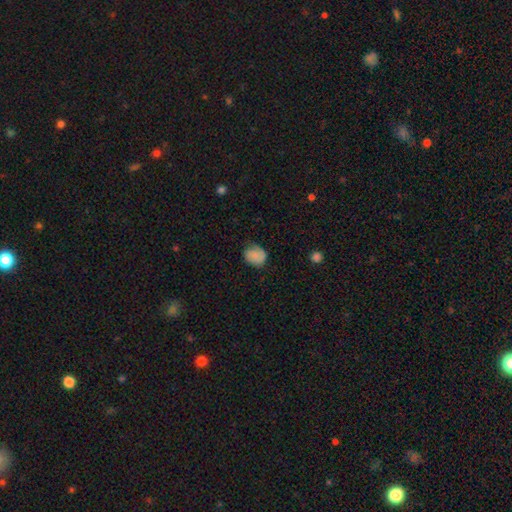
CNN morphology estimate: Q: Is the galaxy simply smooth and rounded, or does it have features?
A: smooth — 73%.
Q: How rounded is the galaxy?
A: round — 54%.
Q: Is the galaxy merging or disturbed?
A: none — 66%.